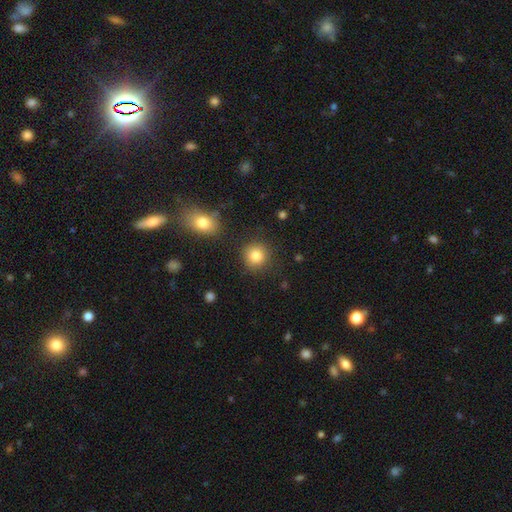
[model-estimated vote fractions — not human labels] The model was most divided on "smooth or featured": smooth: 85%, star or artifact: 10%, featured or disk: 6%. More confident: how rounded — round (90%); merging — none (86%).